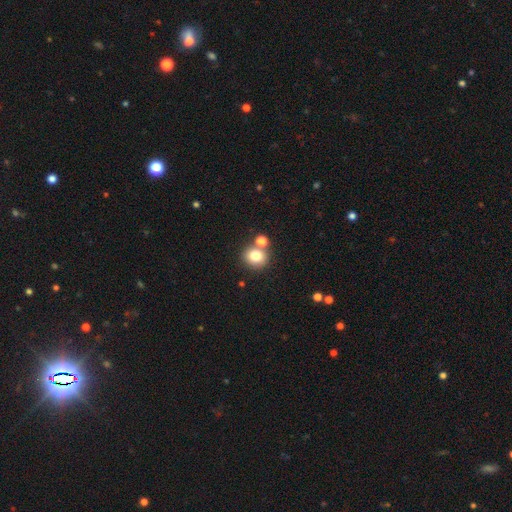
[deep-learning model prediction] The model was most divided on "merging": none: 65%, merger: 23%, minor disturbance: 8%, major disturbance: 3%. More confident: how rounded — round (81%); smooth or featured — smooth (79%).